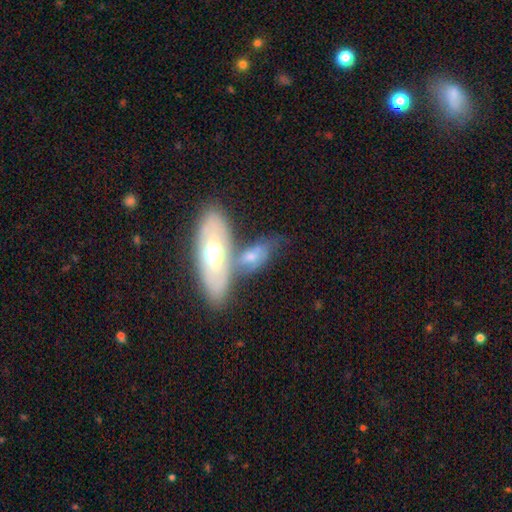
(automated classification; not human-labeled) Smooth or featured: featured or disk — 54% (smooth — 39%)
Edge-on disk: no — 68% (yes — 32%)
Merging: merger — 40% (none — 38%)